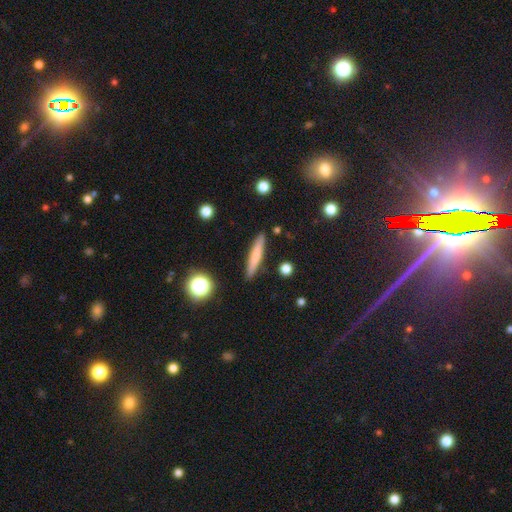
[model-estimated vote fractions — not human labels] A smooth galaxy with no disk features (67%) that is cigar-shaped (92%). Merging: none (90%).